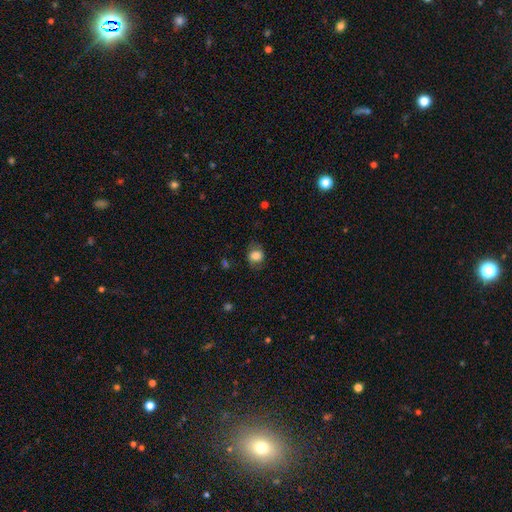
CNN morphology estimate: Q: Smooth or featured?
A: smooth (79%); runner-up: featured or disk (12%)
Q: How rounded?
A: round (59%); runner-up: in between (40%)
Q: Merging?
A: none (70%); runner-up: minor disturbance (20%)